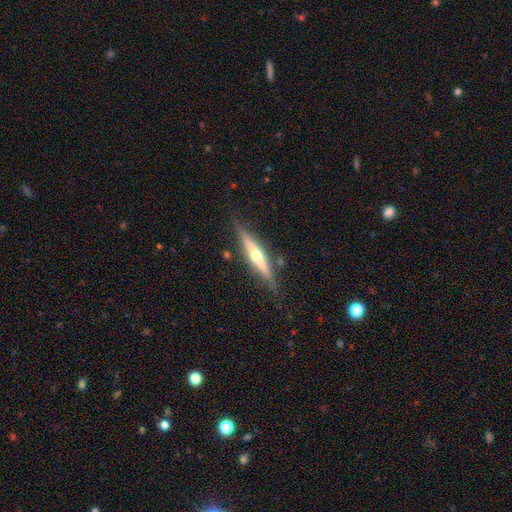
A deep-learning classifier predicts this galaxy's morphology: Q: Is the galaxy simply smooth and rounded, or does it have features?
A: featured or disk — 67%.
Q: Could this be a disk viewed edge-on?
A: yes — 95%.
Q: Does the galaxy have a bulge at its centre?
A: rounded — 87%.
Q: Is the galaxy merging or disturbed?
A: none — 84%.